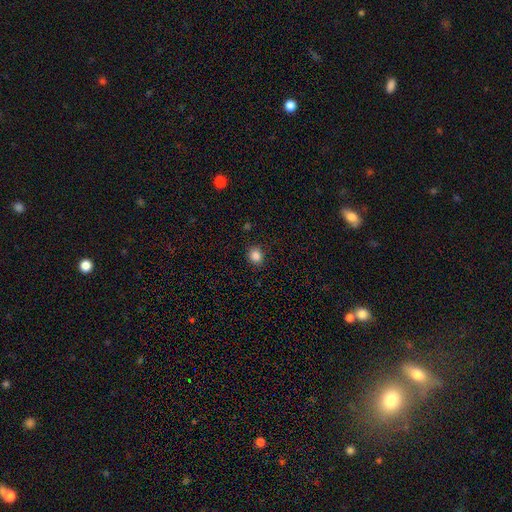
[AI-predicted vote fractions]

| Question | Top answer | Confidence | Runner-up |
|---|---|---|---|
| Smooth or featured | smooth | 85% | star or artifact (11%) |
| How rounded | round | 75% | in between (24%) |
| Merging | none | 88% | minor disturbance (8%) |